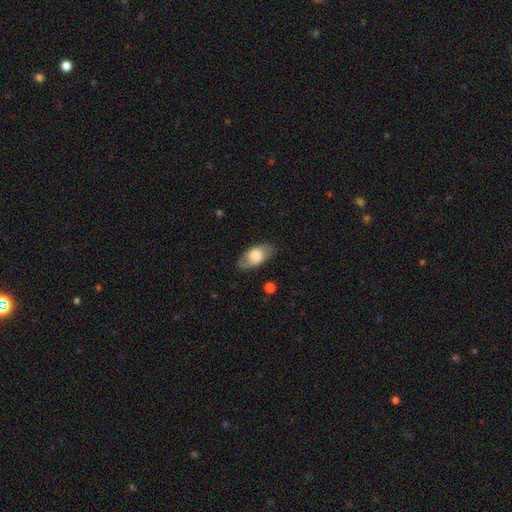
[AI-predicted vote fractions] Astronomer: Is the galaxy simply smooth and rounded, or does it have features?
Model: smooth — 63%.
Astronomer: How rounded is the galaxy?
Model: in between — 91%.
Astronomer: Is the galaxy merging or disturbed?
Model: none — 76%.